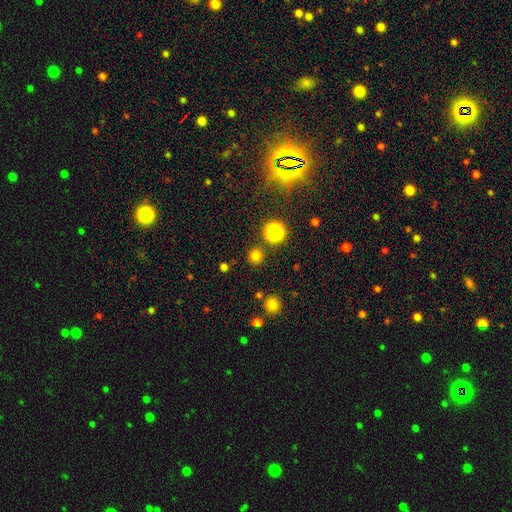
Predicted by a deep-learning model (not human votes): smooth_or_featured: smooth (p=0.76) [alt: star or artifact p=0.20]
how_rounded: round (p=0.94) [alt: in between p=0.05]
merging: none (p=0.88) [alt: minor disturbance p=0.06]